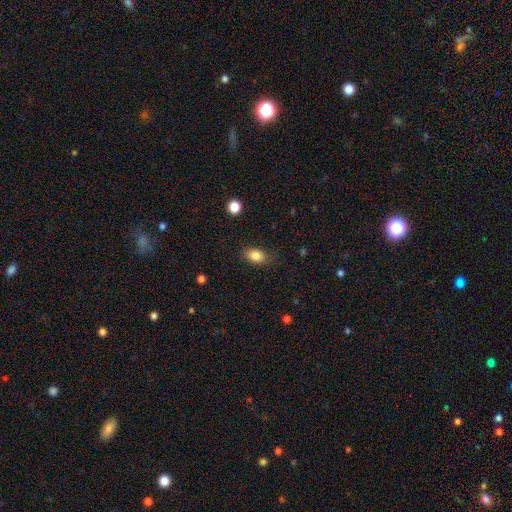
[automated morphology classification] The model was most divided on "merging": none: 78%, minor disturbance: 16%, major disturbance: 4%, merger: 1%. More confident: smooth or featured — smooth (84%); how rounded — in between (81%).